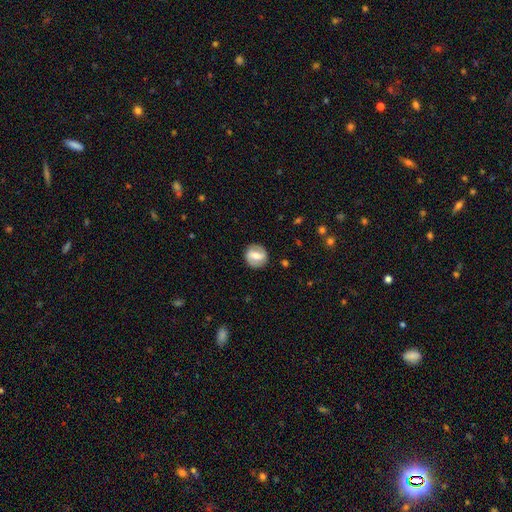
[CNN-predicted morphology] Q: Smooth or featured?
A: featured or disk (53%); runner-up: smooth (40%)
Q: Edge-on disk?
A: no (94%); runner-up: yes (6%)
Q: Bar?
A: strong (50%); runner-up: weak (36%)
Q: Spiral arms?
A: yes (61%); runner-up: no (39%)
Q: Bulge size?
A: moderate (59%); runner-up: small (25%)
Q: Merging?
A: none (86%); runner-up: minor disturbance (9%)